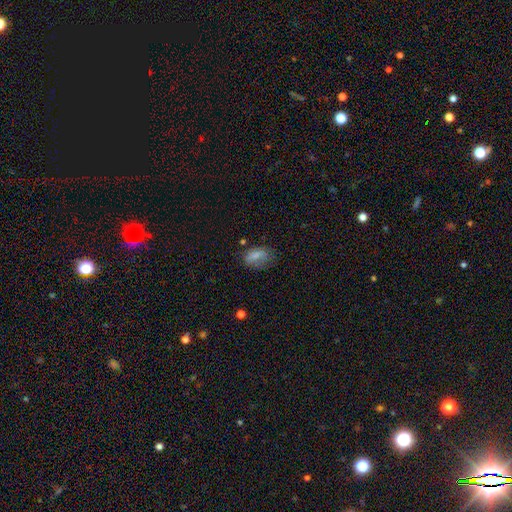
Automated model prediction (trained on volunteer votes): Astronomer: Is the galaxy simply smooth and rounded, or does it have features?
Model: smooth — 72%.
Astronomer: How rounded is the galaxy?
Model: in between — 83%.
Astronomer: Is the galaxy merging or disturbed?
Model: none — 53% (runner-up: minor disturbance, 29%).